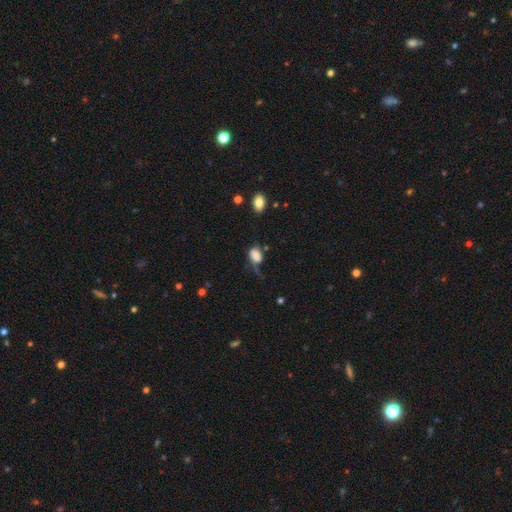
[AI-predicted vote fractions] Overall: smooth (70%). How rounded: in between (83%). Merging: major disturbance (39%; none 29%).